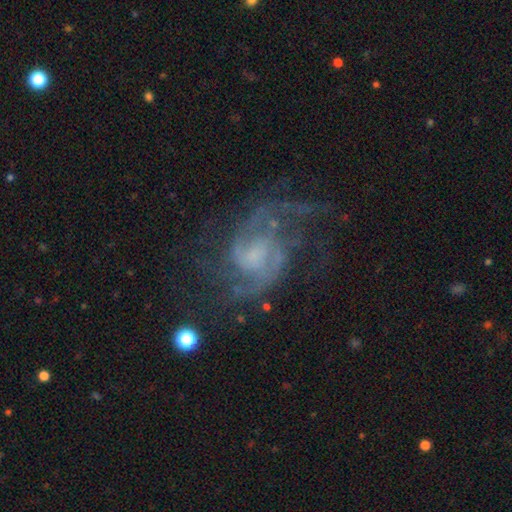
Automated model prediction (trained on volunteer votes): A featured or disk galaxy (87%) with no bar (46%), 2 (67%) medium (54%) spiral arms (96%) and a small central bulge (37%).

Vote fractions:
- Smooth or featured? featured or disk: 87% / star or artifact: 7% / smooth: 6%
- Edge-on disk? no: 98% / yes: 2%
- Bar? no: 46% / weak: 45% / strong: 9%
- Spiral arms? yes: 96% / no: 4%
- Spiral winding? medium: 54% / tight: 23% / loose: 23%
- Spiral arm count? 2: 67% / can't tell: 11% / 3: 11% / 1: 4% / 4: 4% / more than 4: 3%
- Bulge size? small: 37% / none: 31% / moderate: 25% / large: 5% / dominant: 1%
- Merging? none: 60% / major disturbance: 19% / minor disturbance: 18% / merger: 2%